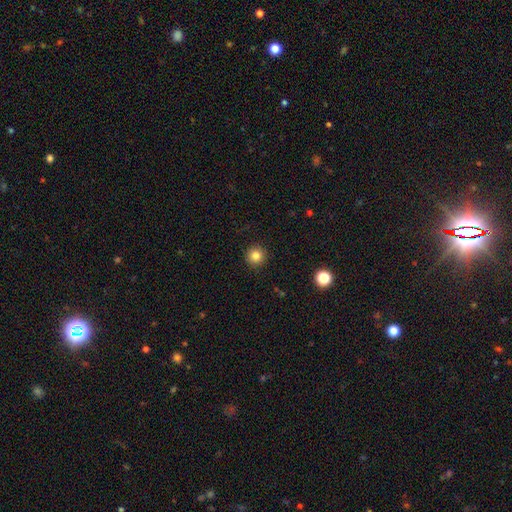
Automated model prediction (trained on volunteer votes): smooth-or-featured: smooth: 83% | star or artifact: 12% | featured or disk: 5%
  how-rounded: round: 95% | in between: 4% | cigar-shaped: 1%
  merging: none: 92% | minor disturbance: 5% | major disturbance: 2% | merger: 1%